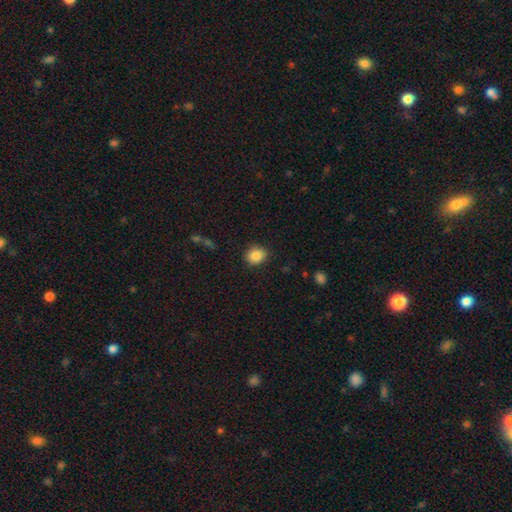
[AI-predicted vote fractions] Q: Smooth or featured?
A: smooth (86%); runner-up: star or artifact (9%)
Q: How rounded?
A: round (67%); runner-up: in between (32%)
Q: Merging?
A: none (84%); runner-up: minor disturbance (13%)